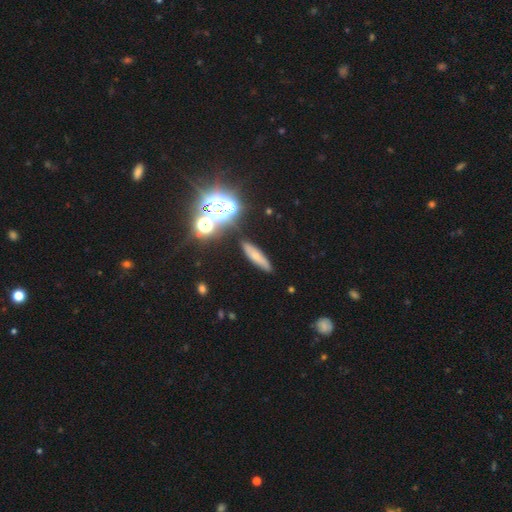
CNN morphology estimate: smooth_or_featured: smooth (p=0.54) [alt: featured or disk p=0.25]
how_rounded: cigar-shaped (p=0.67) [alt: in between p=0.24]
merging: none (p=0.86) [alt: minor disturbance p=0.09]